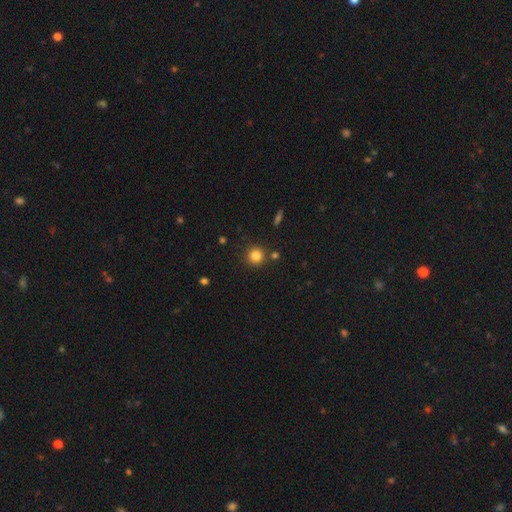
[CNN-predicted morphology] This is clearly a smooth galaxy (82%). How rounded: clearly round (93%). Merging: clearly none (85%).